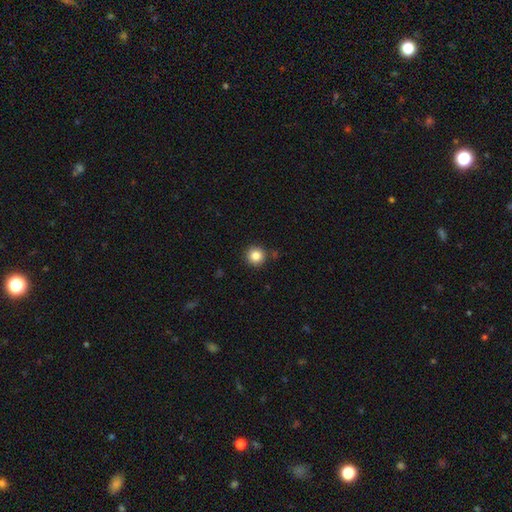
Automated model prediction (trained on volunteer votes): Smooth or featured? smooth (85%)
How rounded? round (95%)
Merging? none (88%)